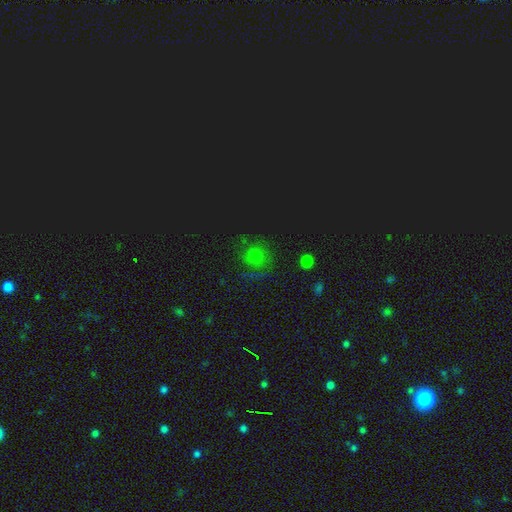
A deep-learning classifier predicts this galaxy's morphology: This is possibly a smooth galaxy (48%). Merging: likely none (71%).